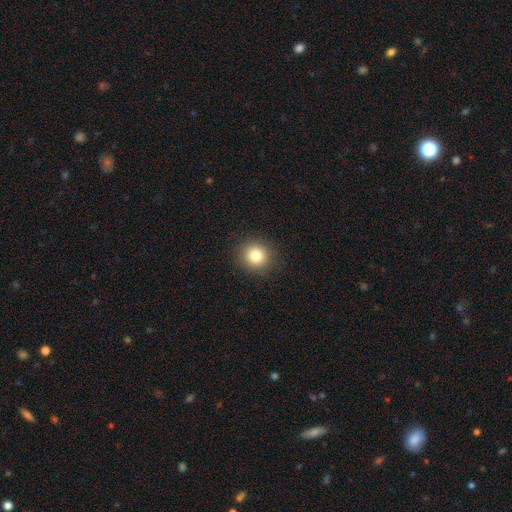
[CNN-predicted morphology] Overall: smooth (82%). How rounded: round (90%). Merging: none (90%).